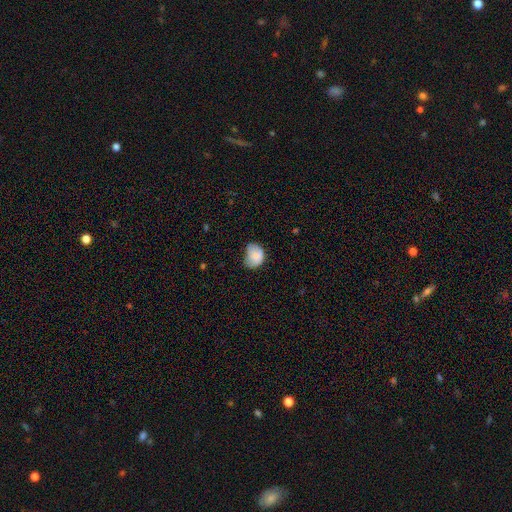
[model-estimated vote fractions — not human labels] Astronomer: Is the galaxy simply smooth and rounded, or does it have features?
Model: smooth — 81%.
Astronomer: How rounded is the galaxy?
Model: in between — 58% (runner-up: round, 41%).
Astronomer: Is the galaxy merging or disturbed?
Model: minor disturbance — 44% (runner-up: none, 39%).